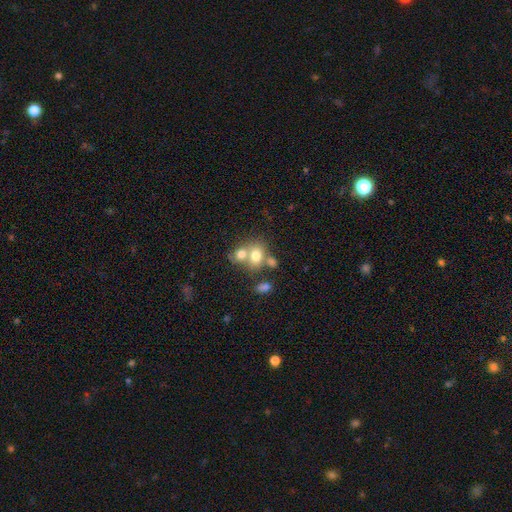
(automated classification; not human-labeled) Smooth or featured: smooth — 73% (featured or disk — 17%)
How rounded: round — 52% (in between — 47%)
Merging: merger — 56% (none — 31%)